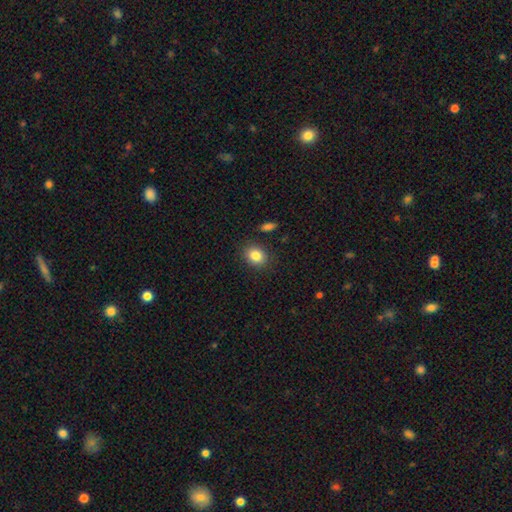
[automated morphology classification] smooth 85%, star or artifact 9%, featured or disk 6%. Down the decision tree: how rounded — in between (54%); merging — none (86%).